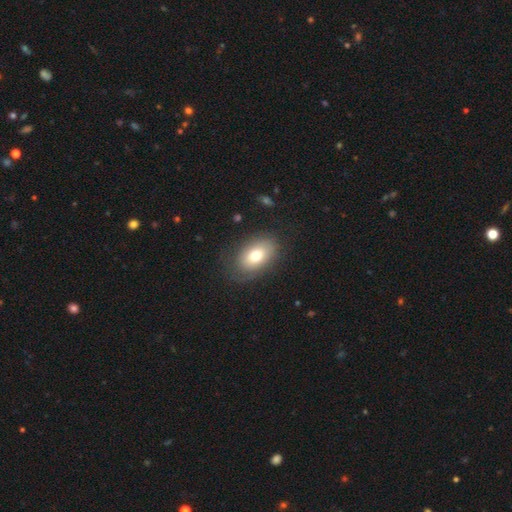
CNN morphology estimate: A smooth galaxy with no disk features (70%) that is in between round and cigar-shaped (87%).

Vote fractions:
- Smooth or featured? smooth: 70% / featured or disk: 22% / star or artifact: 8%
- How rounded? in between: 87% / round: 11% / cigar-shaped: 1%
- Merging? none: 75% / minor disturbance: 16% / major disturbance: 7% / merger: 1%